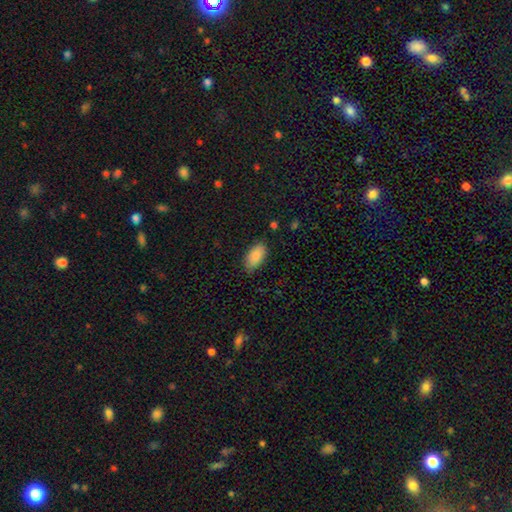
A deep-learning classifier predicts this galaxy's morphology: smooth_or_featured: smooth (p=0.87) [alt: star or artifact p=0.07]
how_rounded: in between (p=0.94) [alt: cigar-shaped p=0.04]
merging: none (p=0.83) [alt: minor disturbance p=0.13]